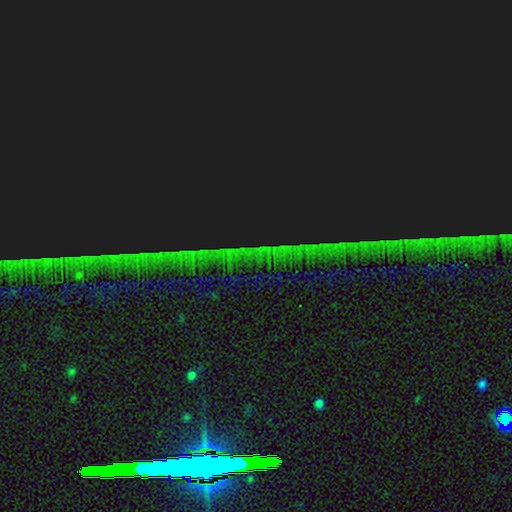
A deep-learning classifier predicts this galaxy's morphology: type=star or artifact (87%).